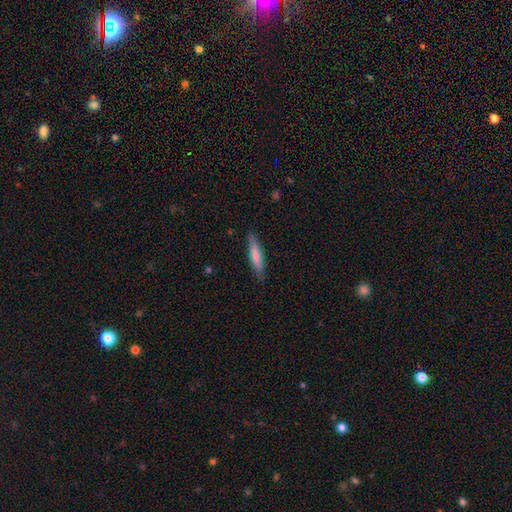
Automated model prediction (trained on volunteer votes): Morphology: type=smooth (75%); roundness=cigar-shaped (86%); merging=none (86%).